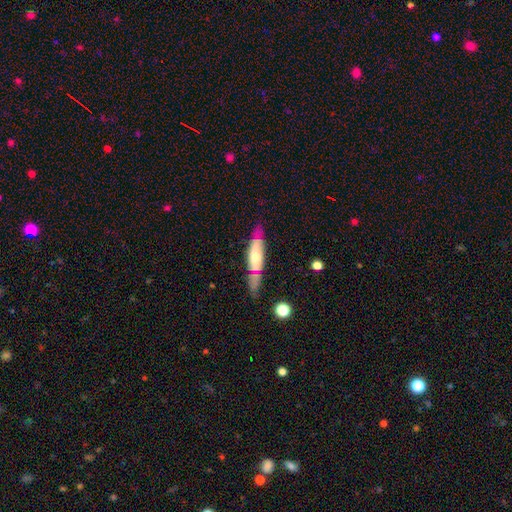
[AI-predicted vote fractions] This is possibly a featured or disk galaxy (51%). It is possibly viewed edge-on (55%). Merging: likely none (67%).